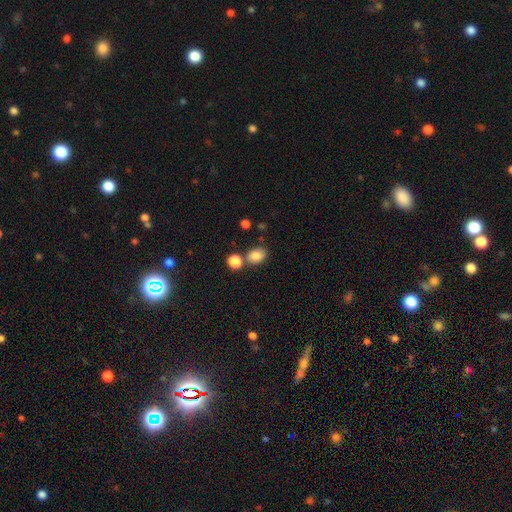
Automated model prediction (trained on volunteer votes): smooth-or-featured: smooth: 84% | star or artifact: 10% | featured or disk: 6%
  how-rounded: in between: 70% | round: 28% | cigar-shaped: 1%
  merging: none: 64% | merger: 20% | minor disturbance: 12% | major disturbance: 4%